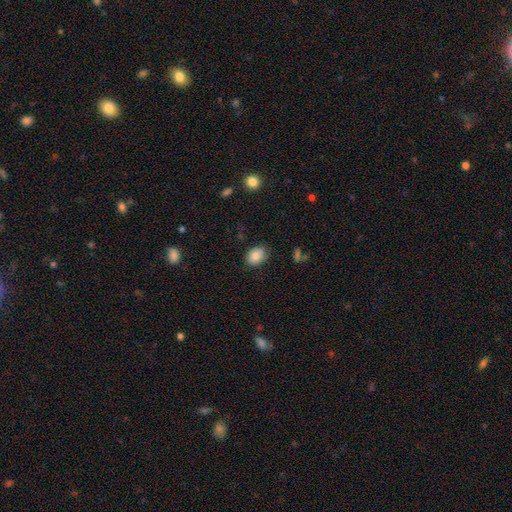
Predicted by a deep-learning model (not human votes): Q: Smooth or featured?
A: smooth (84%); runner-up: star or artifact (9%)
Q: How rounded?
A: in between (61%); runner-up: round (38%)
Q: Merging?
A: none (82%); runner-up: minor disturbance (14%)